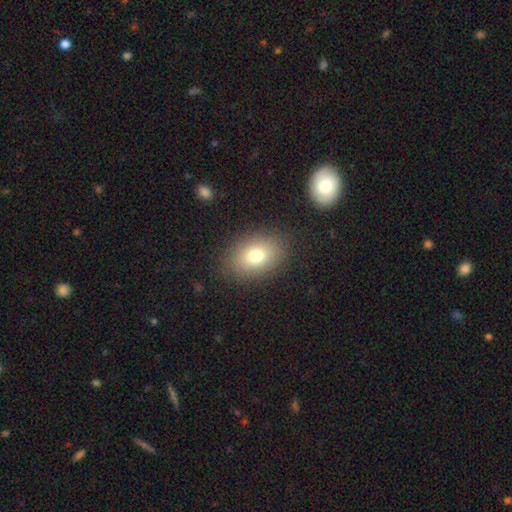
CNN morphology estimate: Smooth or featured: smooth — 76% (featured or disk — 12%)
How rounded: in between — 74% (round — 25%)
Merging: none — 85% (minor disturbance — 9%)